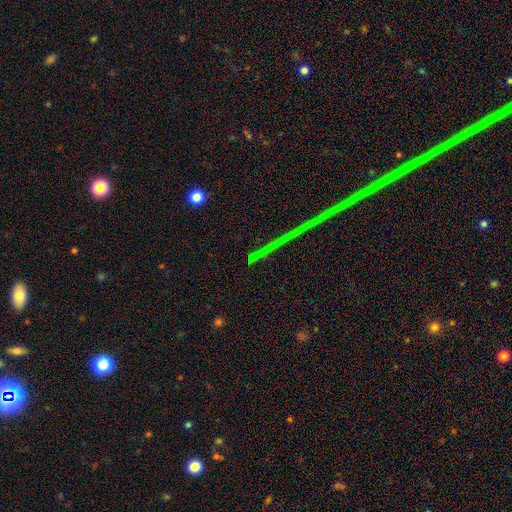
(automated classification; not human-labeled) smooth-or-featured: star or artifact: 76% | featured or disk: 13% | smooth: 11%